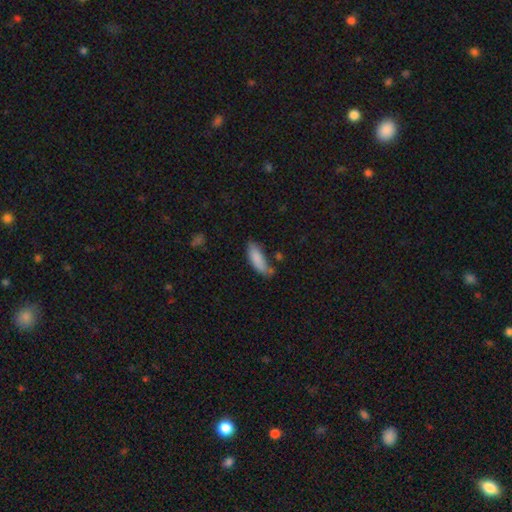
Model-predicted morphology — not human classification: This is clearly a smooth galaxy (86%). How rounded: likely in between (63%). Merging: possibly none (57%).